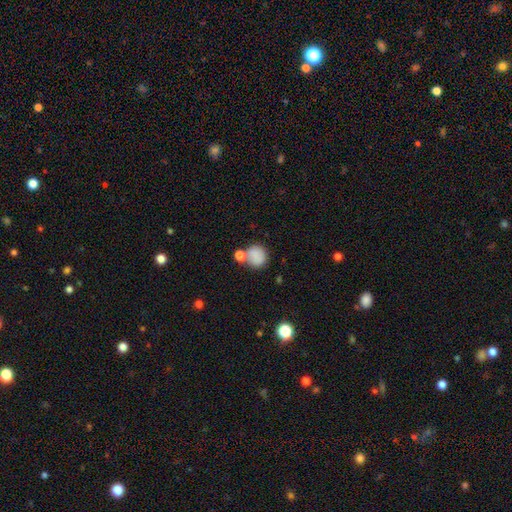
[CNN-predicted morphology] This is clearly a smooth galaxy (82%). How rounded: clearly round (83%). Merging: possibly none (56%).